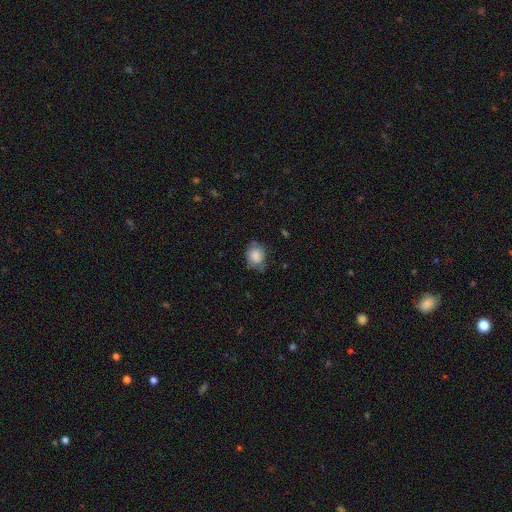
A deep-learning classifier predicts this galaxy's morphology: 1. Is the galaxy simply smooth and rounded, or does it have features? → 81% smooth, 11% featured or disk, 8% star or artifact.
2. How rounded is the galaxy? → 65% round, 34% in between, 1% cigar-shaped.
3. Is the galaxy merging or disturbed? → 59% none, 30% minor disturbance, 8% major disturbance, 2% merger.